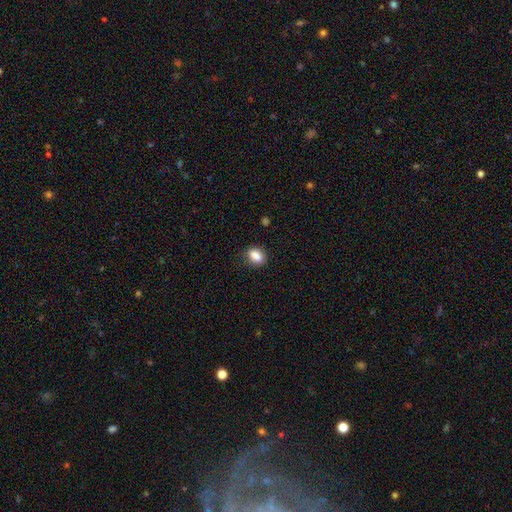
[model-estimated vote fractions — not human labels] smooth 86%, star or artifact 9%, featured or disk 5%. Down the decision tree: how rounded — in between (76%); merging — none (77%).